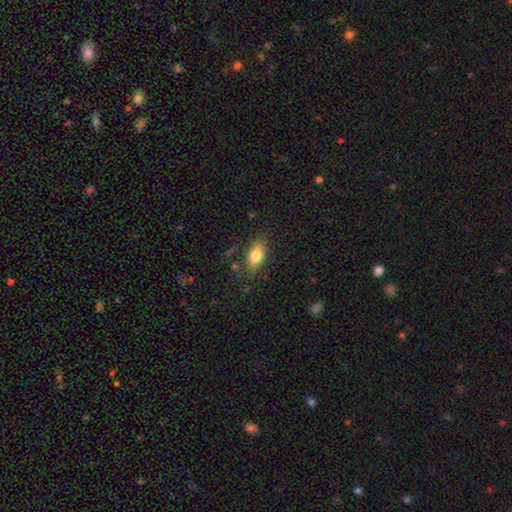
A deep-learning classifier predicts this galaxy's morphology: This is likely a smooth galaxy (78%). How rounded: clearly in between (86%). Merging: likely none (77%).